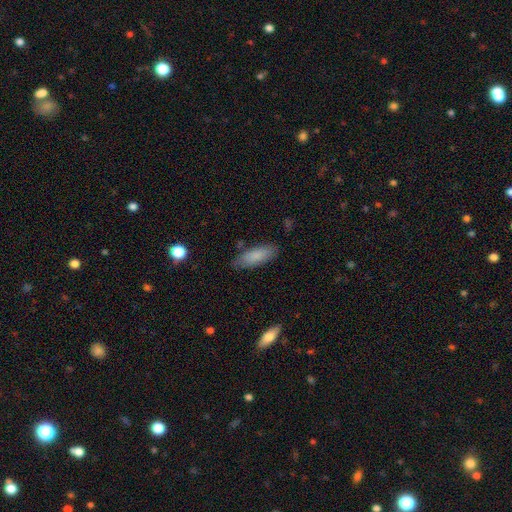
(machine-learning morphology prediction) Smooth or featured? Predicted: smooth (p=0.84). How rounded? Predicted: in between (p=0.67). Merging? Predicted: none (p=0.78).